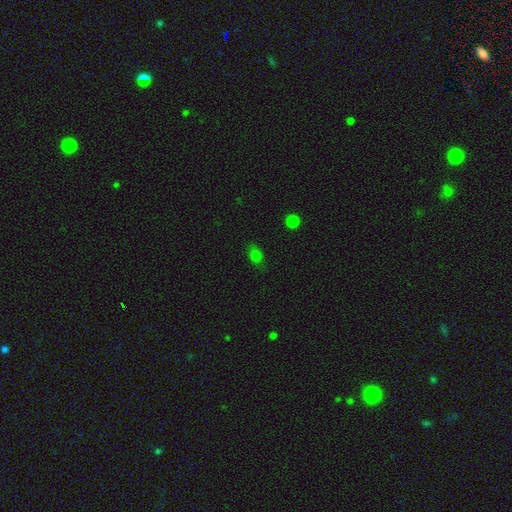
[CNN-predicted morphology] This appears to be a smooth galaxy with no disk features (74%) that is in between round and cigar-shaped (66%). Merging: none (75%).